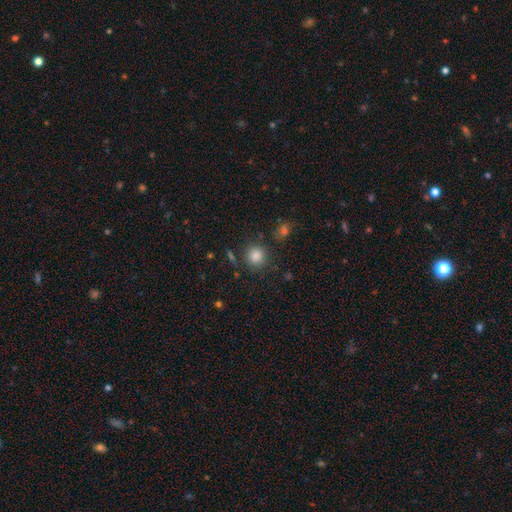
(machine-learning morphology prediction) smooth-or-featured: smooth: 84% | star or artifact: 11% | featured or disk: 5%
  how-rounded: round: 88% | in between: 11% | cigar-shaped: 1%
  merging: none: 83% | minor disturbance: 9% | merger: 5% | major disturbance: 4%